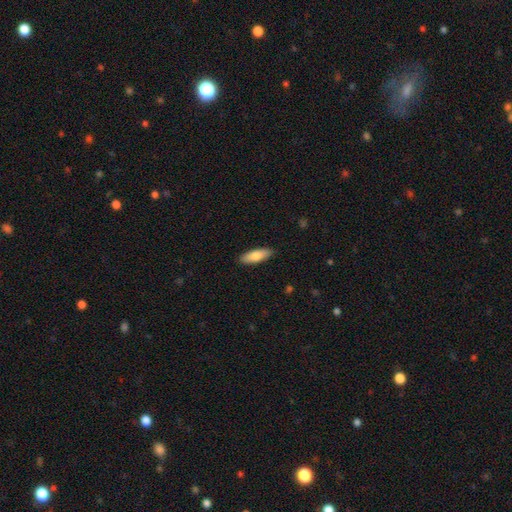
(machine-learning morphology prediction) Q: Smooth or featured?
A: smooth (79%); runner-up: featured or disk (16%)
Q: How rounded?
A: in between (61%); runner-up: cigar-shaped (37%)
Q: Merging?
A: none (89%); runner-up: minor disturbance (8%)